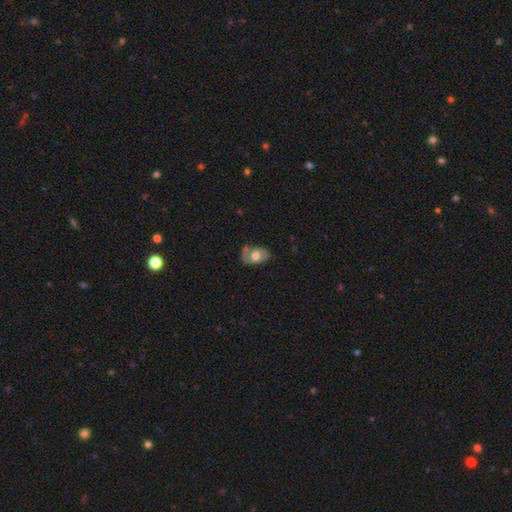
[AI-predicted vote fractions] Smooth or featured?
  - featured or disk: 49% *
  - smooth: 44%
  - star or artifact: 7%
Merging?
  - none: 57% *
  - minor disturbance: 27%
  - major disturbance: 10%
  - merger: 5%